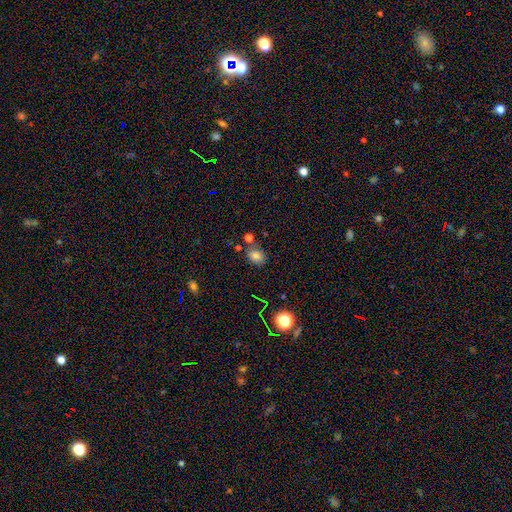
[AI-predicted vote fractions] The model was most divided on "how rounded": in between: 59%, round: 40%, cigar-shaped: 1%. More confident: smooth or featured — smooth (78%); merging — none (74%).